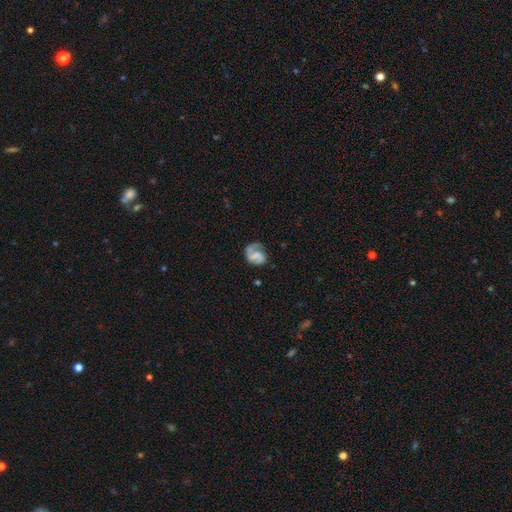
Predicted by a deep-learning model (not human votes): smooth-or-featured: featured or disk: 65% | smooth: 27% | star or artifact: 8%
  disk-edge-on: no: 98% | yes: 2%
    bar: no: 40% (tied) | weak: 40% (tied) | strong: 20%
    has-spiral-arms: yes: 87% | no: 13%
      spiral-winding: medium: 43% | loose: 31% | tight: 26%
      spiral-arm-count: 2: 54% | 1: 37% | can't tell: 6% | 3: 1% | 4: 1% | more than 4: 1%
    bulge-size: none: 54% | small: 24% | moderate: 14% | large: 6% | dominant: 2%
  merging: none: 49% | major disturbance: 24% | minor disturbance: 23% | merger: 4%